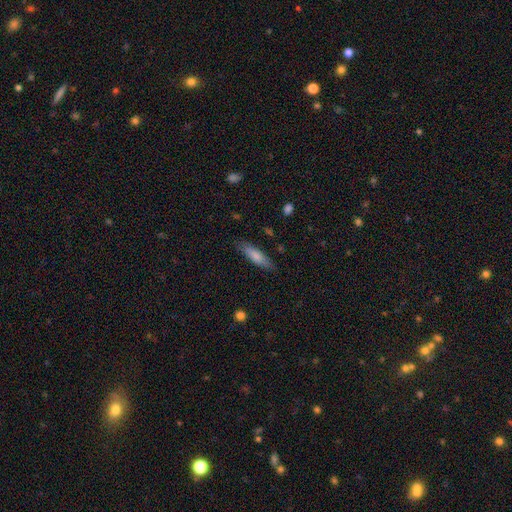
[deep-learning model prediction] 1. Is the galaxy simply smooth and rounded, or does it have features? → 77% smooth, 17% featured or disk, 6% star or artifact.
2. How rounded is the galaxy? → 61% cigar-shaped, 37% in between, 1% round.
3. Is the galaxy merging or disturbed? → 82% none, 14% minor disturbance, 3% major disturbance, 1% merger.